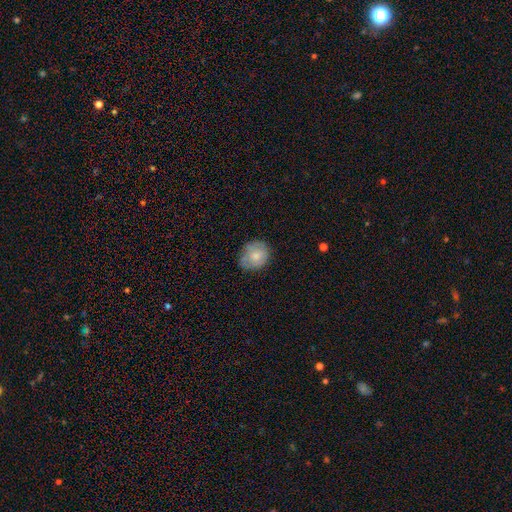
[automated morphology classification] Smooth or featured? smooth (70%)
How rounded? round (65%)
Merging? none (68%)